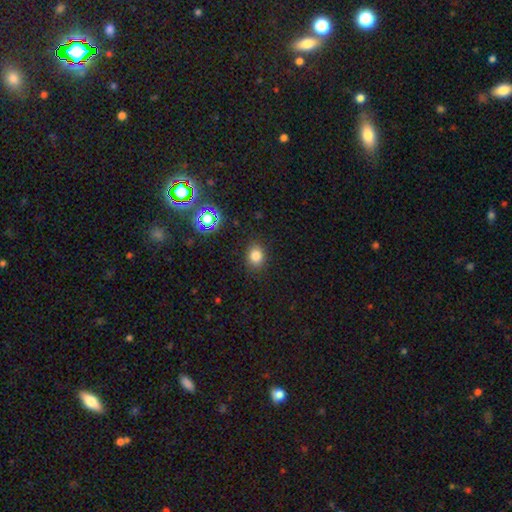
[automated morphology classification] The model was most divided on "how rounded": round: 58%, in between: 41%, cigar-shaped: 1%. More confident: merging — none (88%); smooth or featured — smooth (80%).